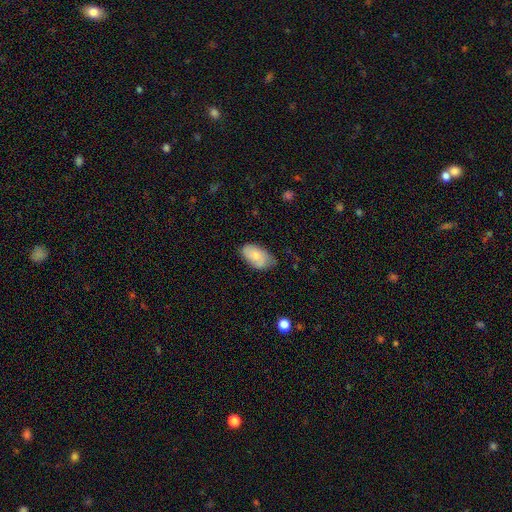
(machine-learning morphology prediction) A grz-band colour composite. It shows a smooth galaxy with no disk features (74%) that is in between round and cigar-shaped (94%). Merging: none (63%).